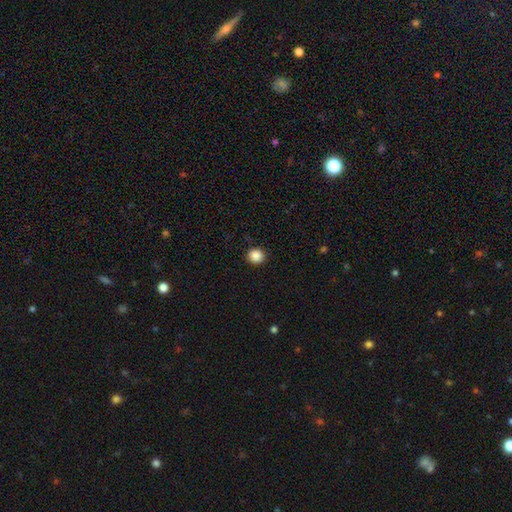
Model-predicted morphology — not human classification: Smooth or featured? smooth (88%)
How rounded? round (90%)
Merging? none (92%)